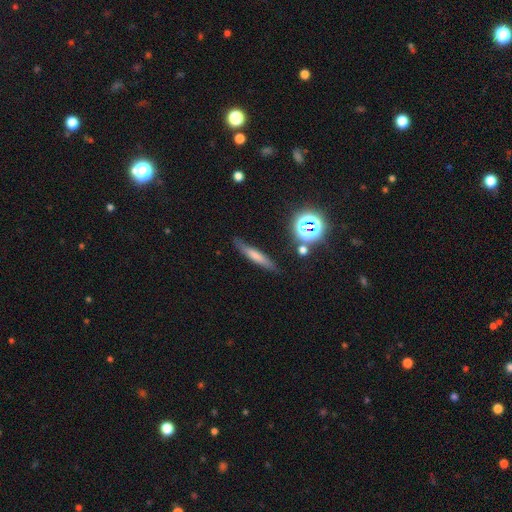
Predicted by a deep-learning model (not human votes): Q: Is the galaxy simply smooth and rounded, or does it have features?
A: smooth — 62%.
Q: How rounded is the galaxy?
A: cigar-shaped — 87%.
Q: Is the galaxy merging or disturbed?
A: none — 80%.